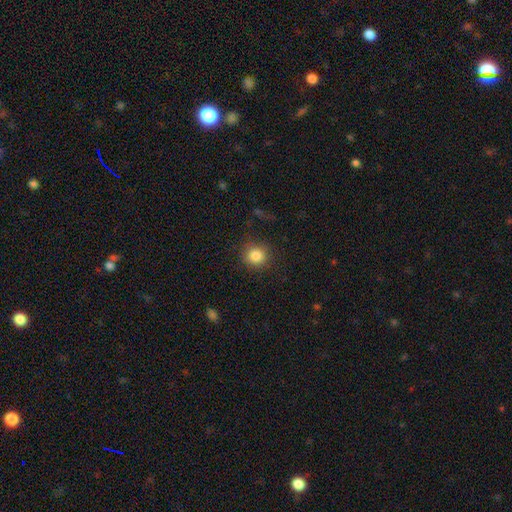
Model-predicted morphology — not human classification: This appears to be a smooth galaxy with no disk features (85%) that is round (88%). Merging: none (84%).